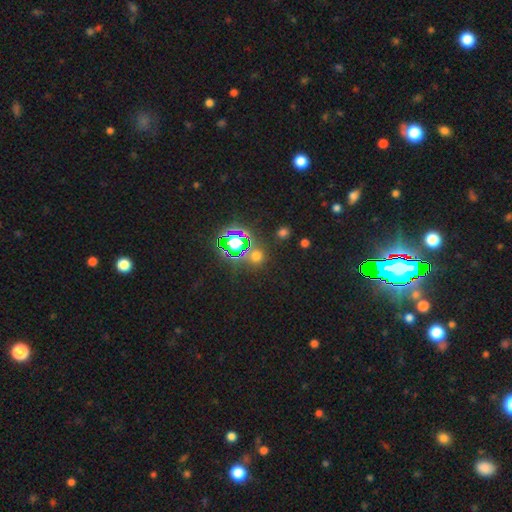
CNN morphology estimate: This is possibly a star or artifact rather than a galaxy (50%).